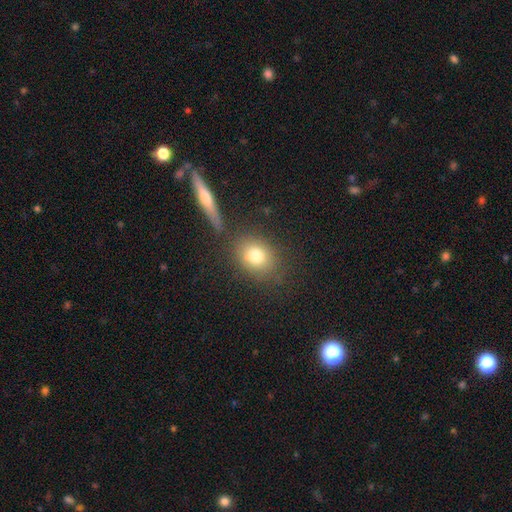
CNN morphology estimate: A smooth galaxy with no disk features (77%) that is round (51%).

Vote fractions:
- Smooth or featured? smooth: 77% / featured or disk: 12% / star or artifact: 11%
- How rounded? round: 51% / in between: 47% / cigar-shaped: 2%
- Merging? none: 76% / minor disturbance: 12% / merger: 7% / major disturbance: 5%